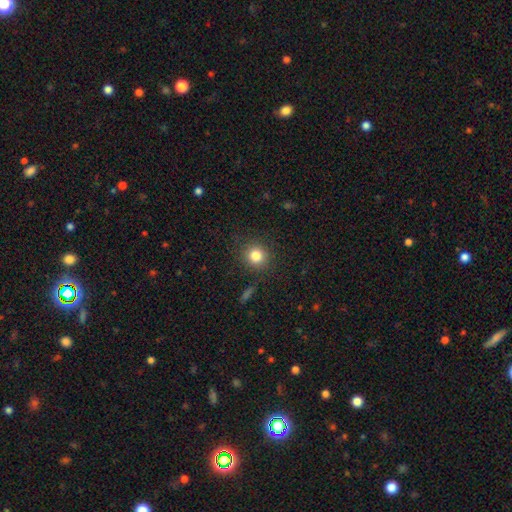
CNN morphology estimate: This appears to be a smooth galaxy with no disk features (81%) that is round (91%). Merging: none (88%).